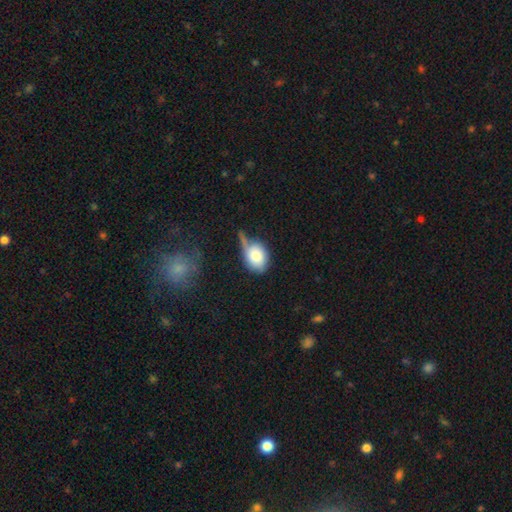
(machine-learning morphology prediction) Smooth or featured: smooth — 76% (featured or disk — 16%)
How rounded: in between — 65% (round — 33%)
Merging: minor disturbance — 36% (none — 32%)